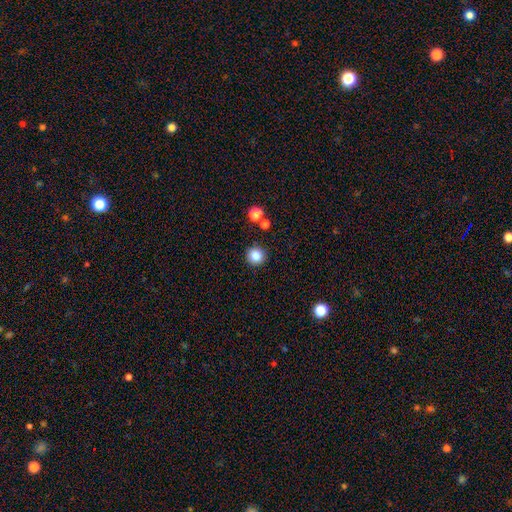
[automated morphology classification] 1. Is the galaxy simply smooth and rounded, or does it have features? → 83% smooth, 11% star or artifact, 6% featured or disk.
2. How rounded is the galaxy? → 95% round, 5% in between, 1% cigar-shaped.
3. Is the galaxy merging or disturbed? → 90% none, 6% minor disturbance, 2% merger, 2% major disturbance.